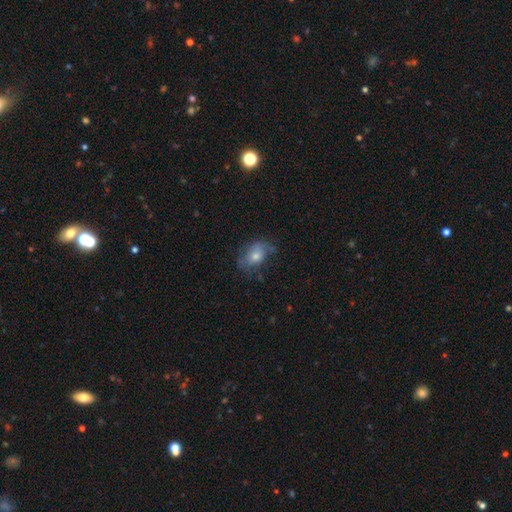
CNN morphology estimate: A smooth galaxy with no disk features (52%) that is in between round and cigar-shaped (74%). Merging: none (60%).